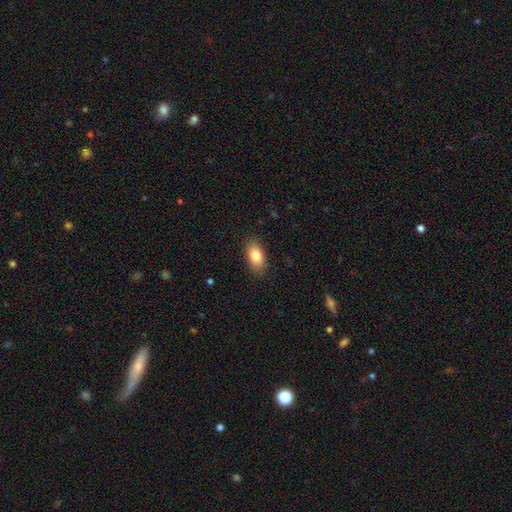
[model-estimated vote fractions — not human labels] smooth 83%, featured or disk 10%, star or artifact 7%. Down the decision tree: how rounded — in between (91%); merging — none (87%).